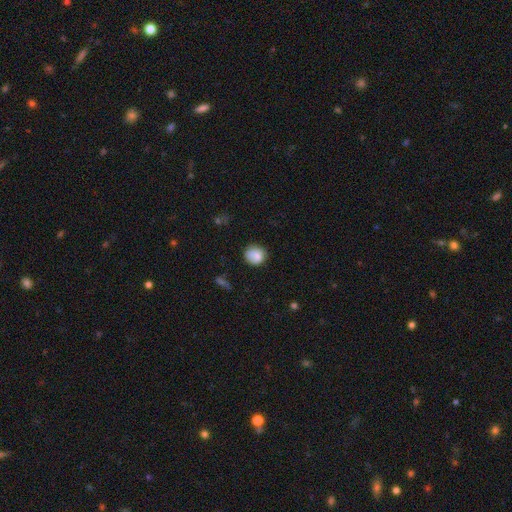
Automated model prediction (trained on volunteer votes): Smooth or featured?
  - smooth: 82% *
  - featured or disk: 10%
  - star or artifact: 8%
How rounded?
  - round: 80% *
  - in between: 19%
  - cigar-shaped: 1%
Merging?
  - none: 73% *
  - minor disturbance: 19%
  - major disturbance: 5%
  - merger: 3%